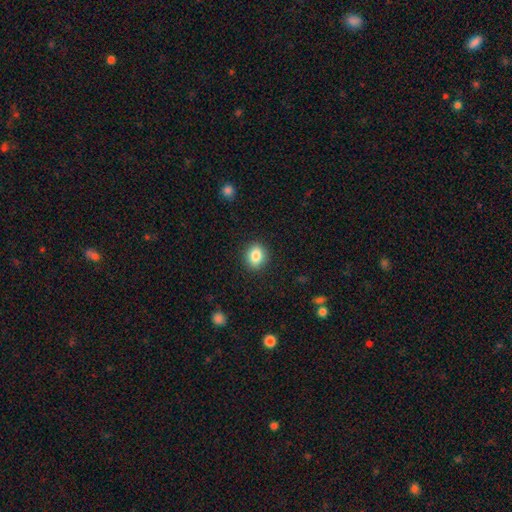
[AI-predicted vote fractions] smooth 84%, star or artifact 9%, featured or disk 6%. Down the decision tree: how rounded — round (59%); merging — none (90%).